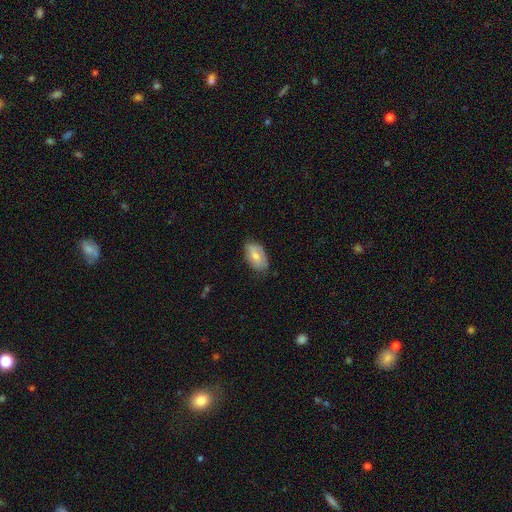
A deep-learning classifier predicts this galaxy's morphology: Smooth or featured?
  - smooth: 65% *
  - featured or disk: 28%
  - star or artifact: 7%
How rounded?
  - in between: 92% *
  - round: 6%
  - cigar-shaped: 2%
Merging?
  - none: 67% *
  - minor disturbance: 27%
  - major disturbance: 5%
  - merger: 1%